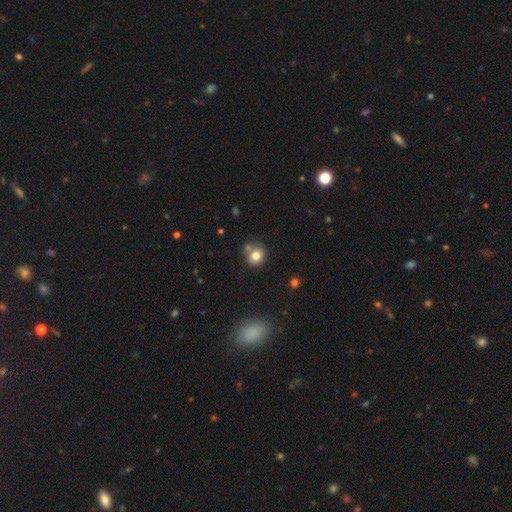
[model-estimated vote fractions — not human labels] Overall: smooth (79%). How rounded: round (81%). Merging: none (63%).